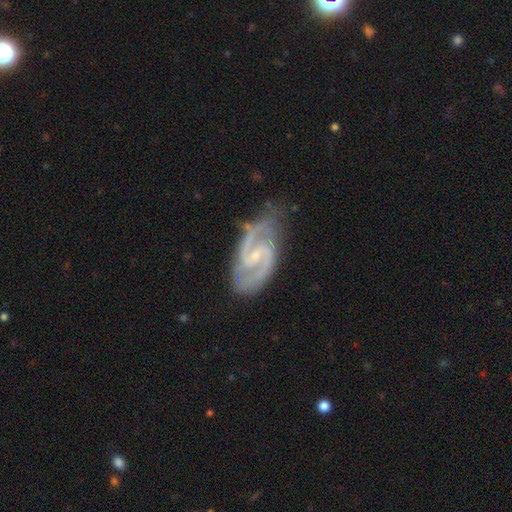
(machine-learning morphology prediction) A featured or disk galaxy (91%) with a weak bar (50%), 2 (90%) medium (59%) spiral arms (98%) and a small central bulge (77%). Merging: none (69%).